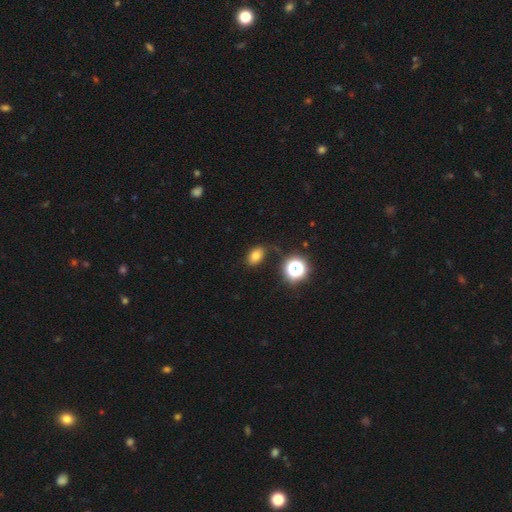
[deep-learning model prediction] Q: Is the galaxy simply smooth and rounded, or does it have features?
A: smooth — 74%.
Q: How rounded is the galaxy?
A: in between — 80%.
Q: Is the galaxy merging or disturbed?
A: none — 75%.